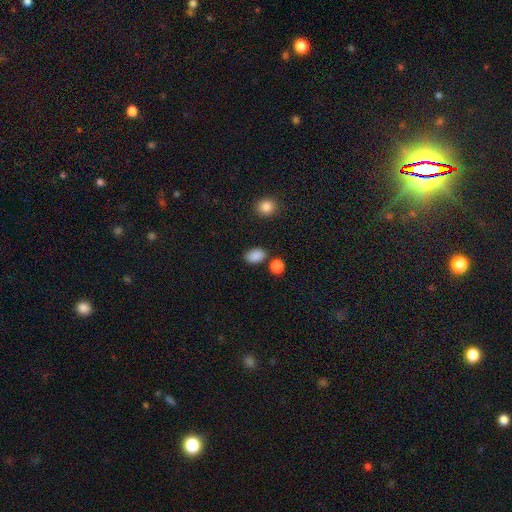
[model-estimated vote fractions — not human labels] Morphology: type=smooth (87%); roundness=in between (83%); merging=none (79%).